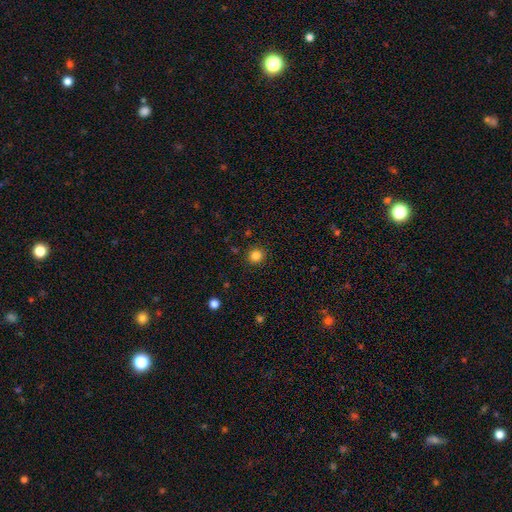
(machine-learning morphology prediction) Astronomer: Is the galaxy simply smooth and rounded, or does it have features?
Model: smooth — 83%.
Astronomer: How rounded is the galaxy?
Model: round — 91%.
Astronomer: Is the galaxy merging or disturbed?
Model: none — 91%.